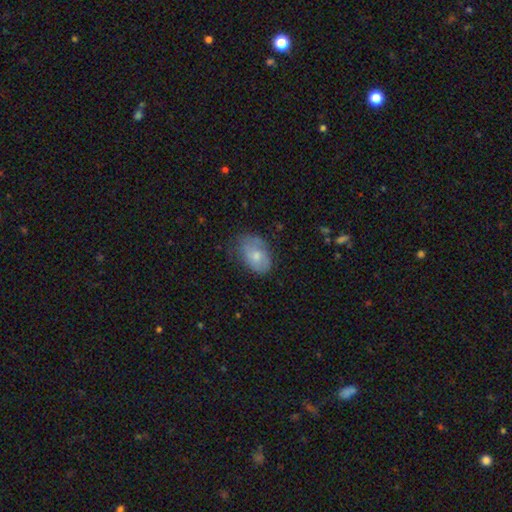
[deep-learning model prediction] smooth-or-featured: smooth: 68% | featured or disk: 25% | star or artifact: 7%
  how-rounded: in between: 86% | round: 12% | cigar-shaped: 1%
  merging: none: 54% | minor disturbance: 33% | major disturbance: 11% | merger: 2%